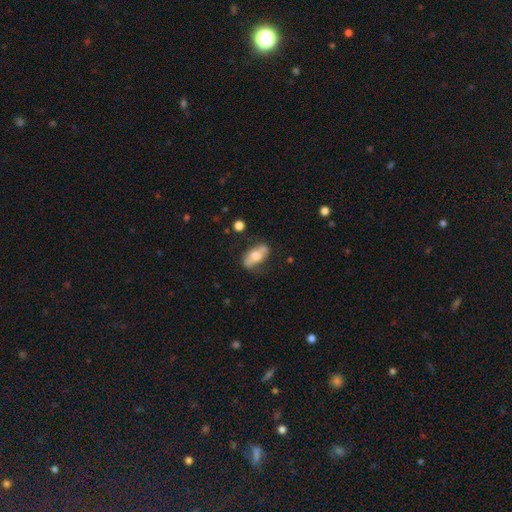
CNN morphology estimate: Q: Smooth or featured?
A: smooth (51%); runner-up: featured or disk (42%)
Q: How rounded?
A: in between (82%); runner-up: cigar-shaped (12%)
Q: Merging?
A: none (75%); runner-up: minor disturbance (17%)